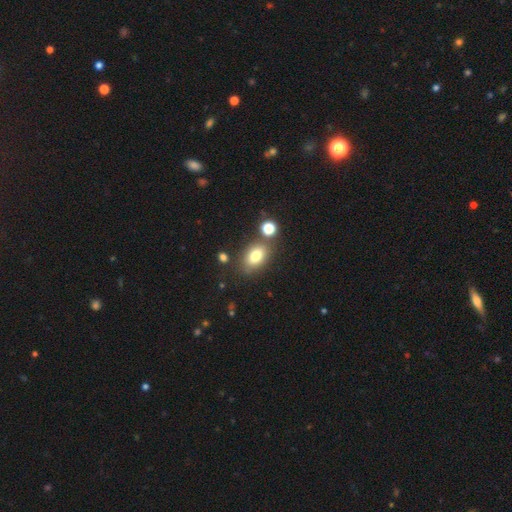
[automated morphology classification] This is likely a smooth galaxy (80%). How rounded: clearly in between (87%). Merging: likely none (71%).